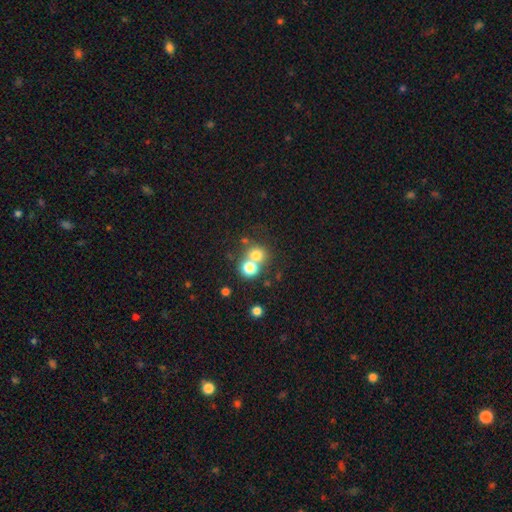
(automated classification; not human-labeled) Smooth or featured? Predicted: smooth (p=0.73). How rounded? Predicted: round (p=0.85). Merging? Predicted: merger (p=0.47).